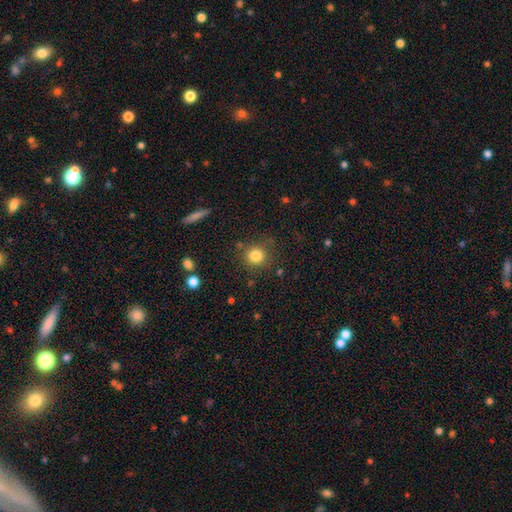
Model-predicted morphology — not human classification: This is clearly a smooth galaxy (83%). How rounded: clearly round (91%). Merging: clearly none (81%).